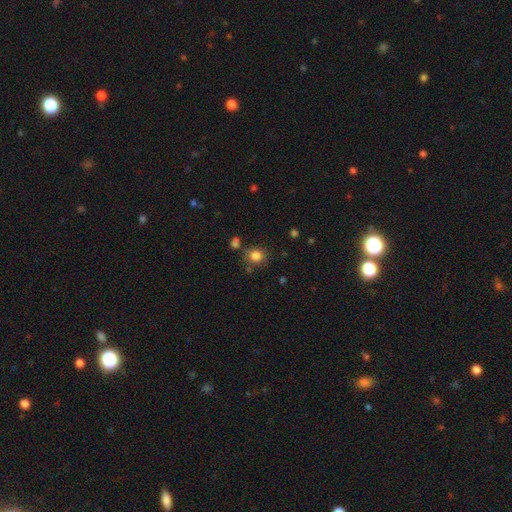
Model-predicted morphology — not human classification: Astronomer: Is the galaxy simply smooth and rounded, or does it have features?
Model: smooth — 82%.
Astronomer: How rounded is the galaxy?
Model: round — 79%.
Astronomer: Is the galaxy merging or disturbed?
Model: none — 75%.